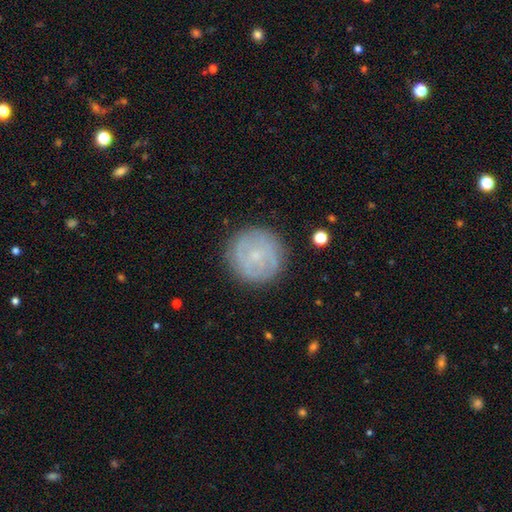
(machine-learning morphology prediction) The model was most divided on "smooth or featured": featured or disk: 52%, smooth: 40%, star or artifact: 8%. More confident: edge-on disk — no (97%); merging — none (85%); bulge size — small (76%); bar — no (71%); spiral arms — yes (68%).